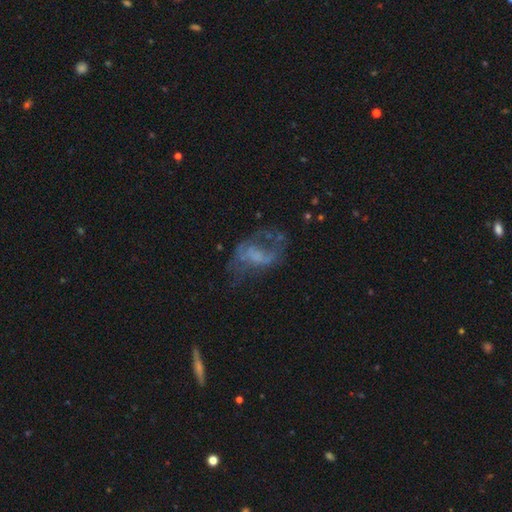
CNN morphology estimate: Smooth or featured?
  - featured or disk: 59% *
  - smooth: 26%
  - star or artifact: 15%
Edge-on disk?
  - no: 96% *
  - yes: 4%
Bar?
  - no: 67% *
  - weak: 25%
  - strong: 7%
Spiral arms?
  - no: 62% *
  - yes: 38%
Bulge size?
  - none: 58% *
  - small: 18%
  - moderate: 16%
  - large: 6%
  - dominant: 1%
Merging?
  - major disturbance: 40% *
  - none: 36%
  - minor disturbance: 19%
  - merger: 5%